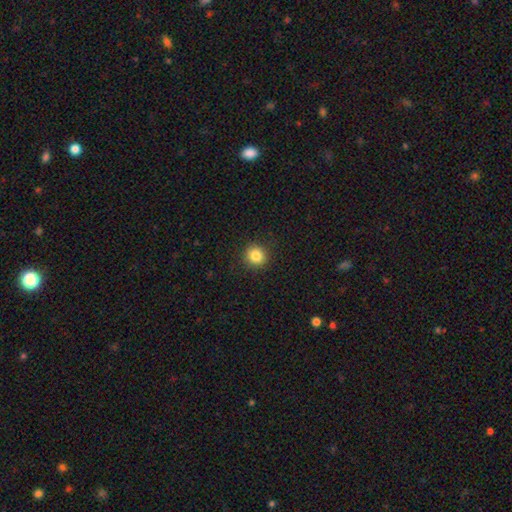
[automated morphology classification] smooth-or-featured: smooth: 84% | star or artifact: 11% | featured or disk: 5%
  how-rounded: round: 92% | in between: 7% | cigar-shaped: 1%
  merging: none: 92% | minor disturbance: 6% | major disturbance: 2% | merger: 1%